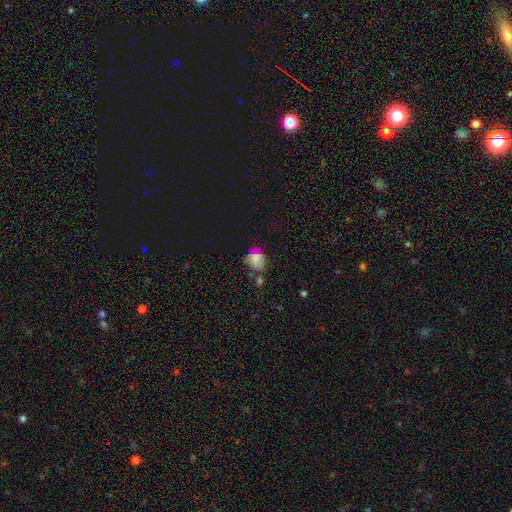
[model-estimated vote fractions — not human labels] Q: Smooth or featured?
A: smooth (58%); runner-up: star or artifact (23%)
Q: How rounded?
A: in between (52%); runner-up: round (46%)
Q: Merging?
A: none (62%); runner-up: minor disturbance (22%)